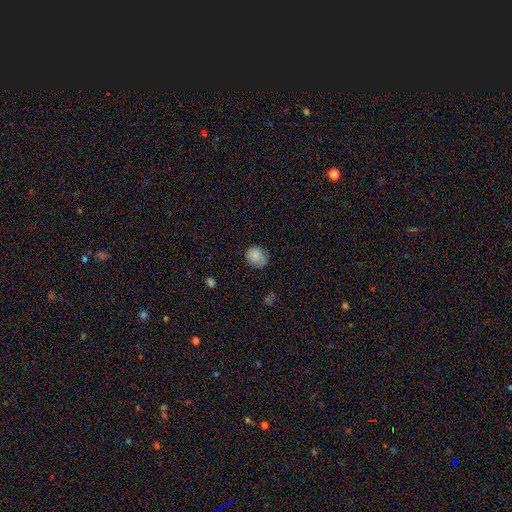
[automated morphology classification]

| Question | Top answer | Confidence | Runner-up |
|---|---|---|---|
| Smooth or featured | smooth | 84% | star or artifact (9%) |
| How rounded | round | 67% | in between (32%) |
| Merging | none | 72% | minor disturbance (22%) |